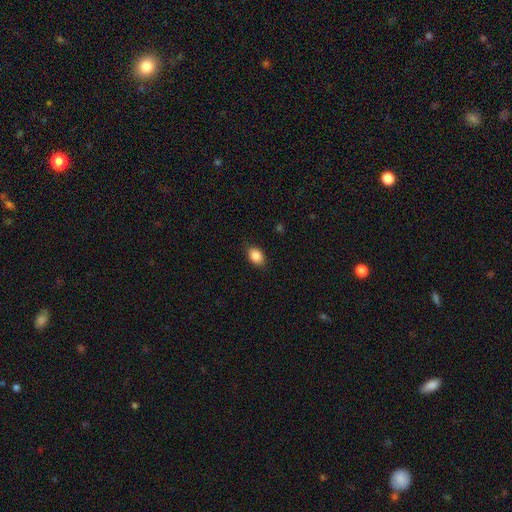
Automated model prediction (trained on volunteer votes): Q: Smooth or featured?
A: smooth (88%); runner-up: star or artifact (8%)
Q: How rounded?
A: in between (78%); runner-up: round (21%)
Q: Merging?
A: none (85%); runner-up: minor disturbance (11%)